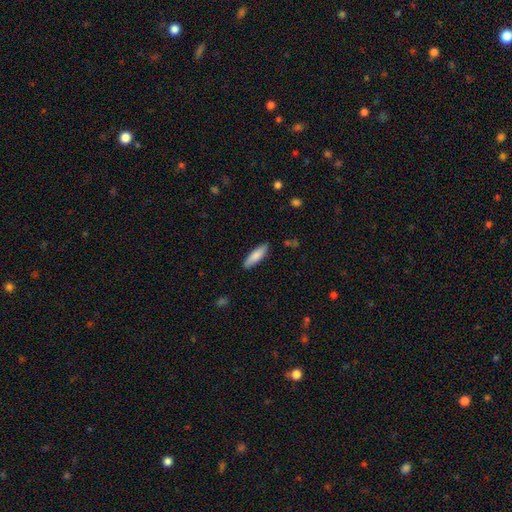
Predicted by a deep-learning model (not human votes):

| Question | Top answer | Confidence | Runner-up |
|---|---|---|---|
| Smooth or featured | smooth | 80% | featured or disk (14%) |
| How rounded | cigar-shaped | 65% | in between (33%) |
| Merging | none | 88% | minor disturbance (9%) |